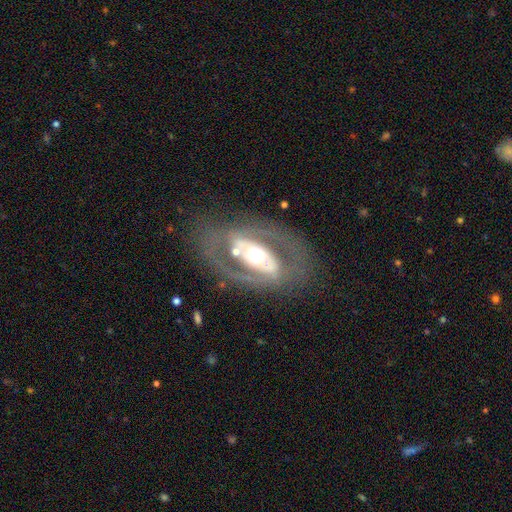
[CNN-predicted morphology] The model was most divided on "bar": no: 42%, strong: 35%, weak: 23%. Remaining: edge-on disk — no (93%); spiral arm count — 2 (85%); smooth or featured — featured or disk (82%); spiral arms — yes (71%); merging — none (69%); bulge size — moderate (55%); spiral winding — medium (47%).